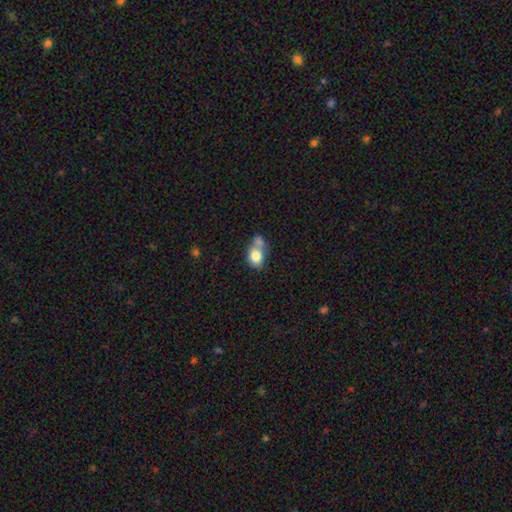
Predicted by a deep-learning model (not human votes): Smooth or featured?
  - smooth: 78% *
  - featured or disk: 14%
  - star or artifact: 8%
How rounded?
  - round: 54% *
  - in between: 45%
  - cigar-shaped: 1%
Merging?
  - merger: 55% *
  - none: 28%
  - minor disturbance: 11%
  - major disturbance: 5%